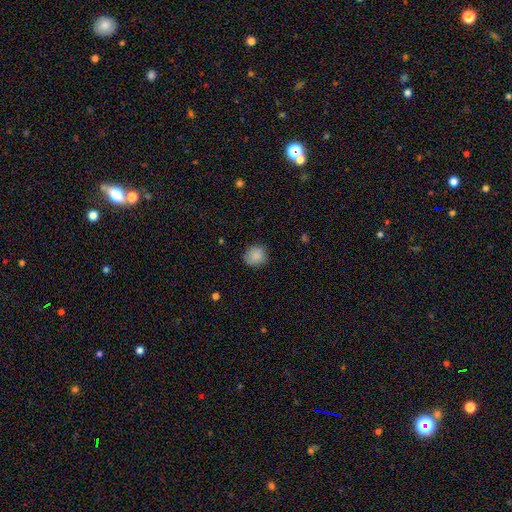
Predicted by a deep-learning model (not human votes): Smooth or featured? smooth (87%)
How rounded? round (88%)
Merging? none (86%)